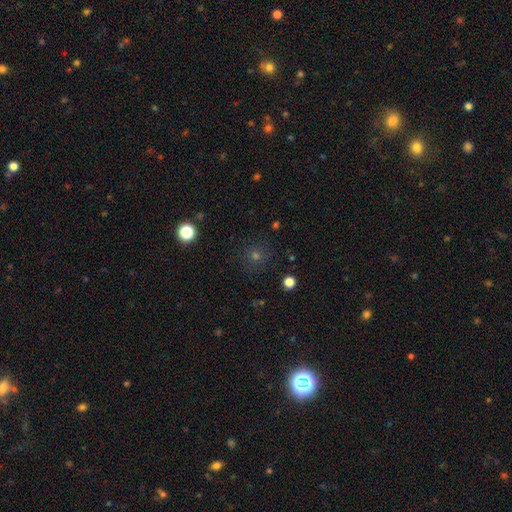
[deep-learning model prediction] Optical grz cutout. It shows a smooth galaxy with no disk features (54%) that is round (94%). Merging: none (88%).